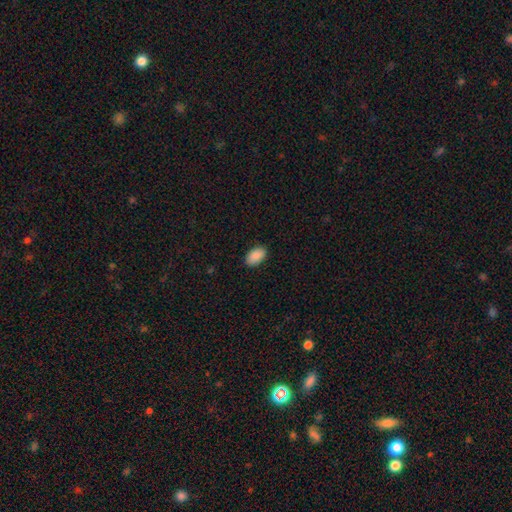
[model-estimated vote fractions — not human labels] Smooth or featured? smooth (90%)
How rounded? in between (94%)
Merging? none (88%)